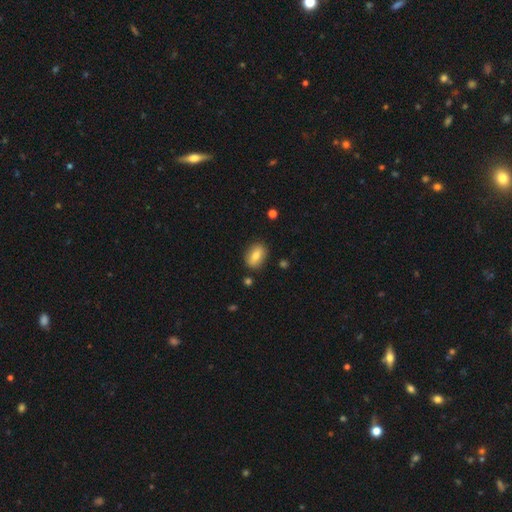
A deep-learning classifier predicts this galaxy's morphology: Overall: smooth (71%). How rounded: in between (78%). Merging: none (85%).